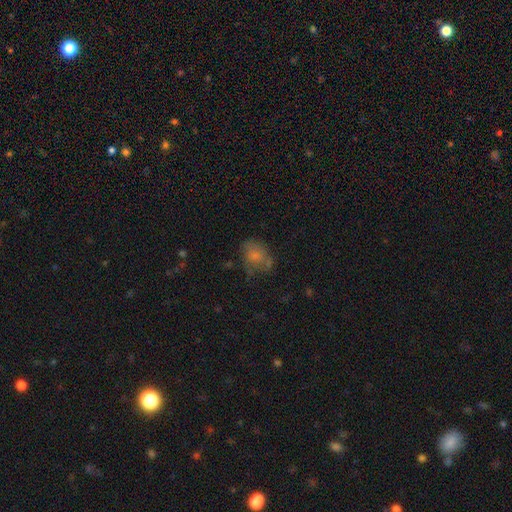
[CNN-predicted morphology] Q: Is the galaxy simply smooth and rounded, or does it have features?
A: smooth — 68%.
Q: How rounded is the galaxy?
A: in between — 56%.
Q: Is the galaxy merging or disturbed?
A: none — 47%.